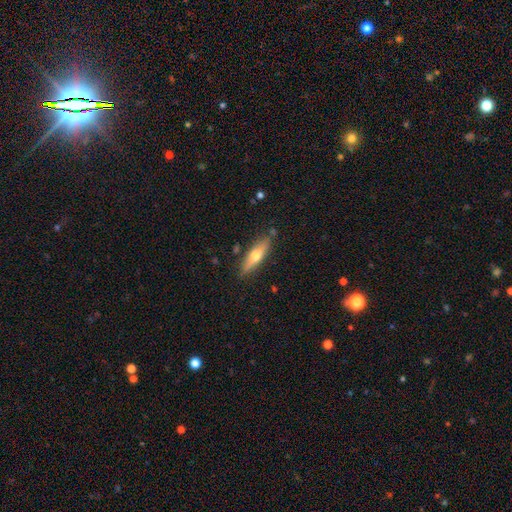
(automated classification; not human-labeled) Overall: smooth (52%; featured or disk 42%). How rounded: cigar-shaped (66%; in between 32%). Merging: none (82%).